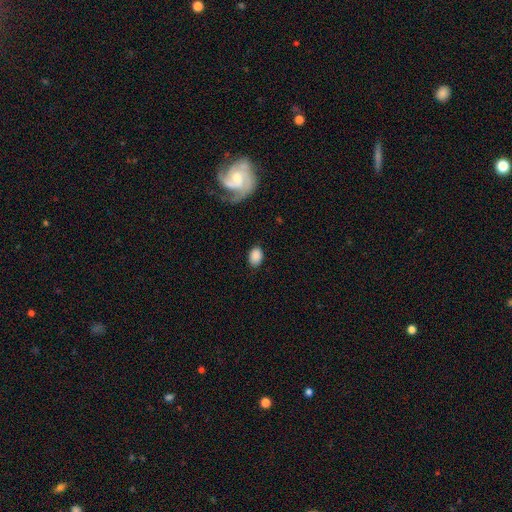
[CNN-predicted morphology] Overall: smooth (86%). How rounded: in between (83%). Merging: none (80%).